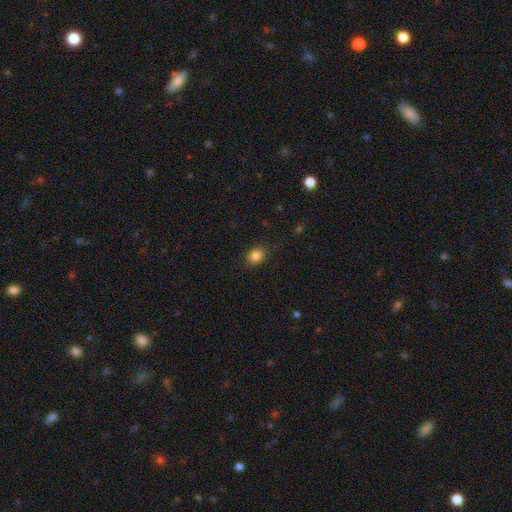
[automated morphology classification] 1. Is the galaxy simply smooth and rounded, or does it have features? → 84% smooth, 11% star or artifact, 5% featured or disk.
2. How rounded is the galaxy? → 58% in between, 40% round, 1% cigar-shaped.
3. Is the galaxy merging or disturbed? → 82% none, 13% minor disturbance, 3% major disturbance, 1% merger.